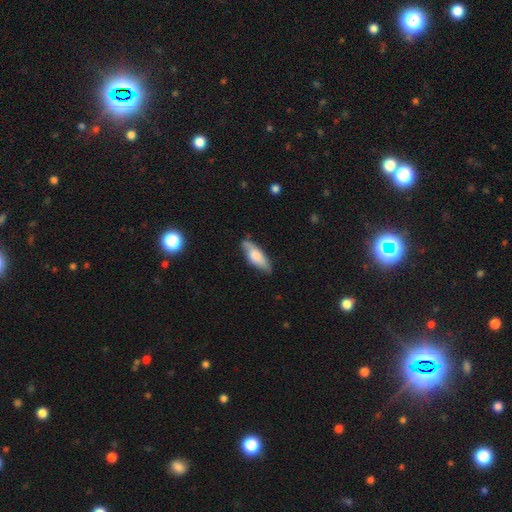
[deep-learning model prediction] Smooth or featured: smooth — 69% (featured or disk — 25%)
How rounded: in between — 66% (cigar-shaped — 32%)
Merging: none — 72% (minor disturbance — 22%)